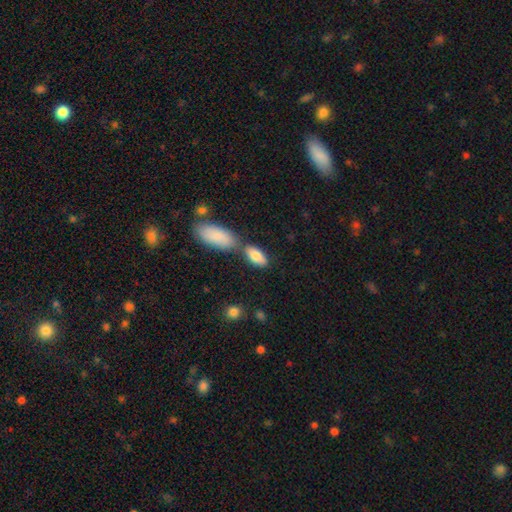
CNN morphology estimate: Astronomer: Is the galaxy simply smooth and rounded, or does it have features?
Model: smooth — 81%.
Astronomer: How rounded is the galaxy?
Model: in between — 85%.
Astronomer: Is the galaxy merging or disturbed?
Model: none — 58%.